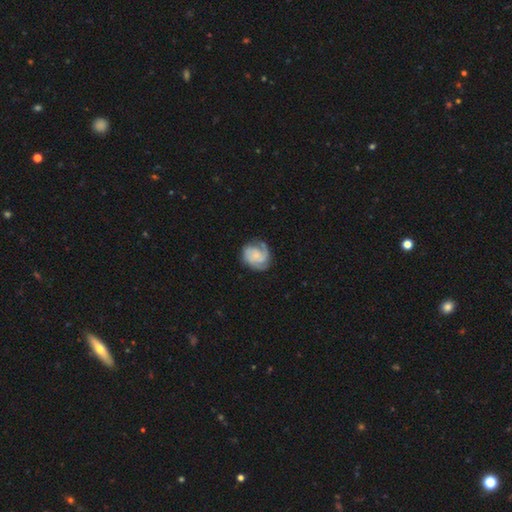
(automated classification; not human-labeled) smooth_or_featured: featured or disk (p=0.71) [alt: smooth p=0.22]
disk_edge_on: no (p=0.98) [alt: yes p=0.02]
bar: no (p=0.70) [alt: weak p=0.26]
has_spiral_arms: yes (p=0.94) [alt: no p=0.06]
spiral_winding: tight (p=0.49) [alt: medium p=0.38]
spiral_arm_count: 2 (p=0.38) [alt: 3 p=0.24]
bulge_size: small (p=0.54) [alt: none p=0.23]
merging: none (p=0.65) [alt: minor disturbance p=0.21]